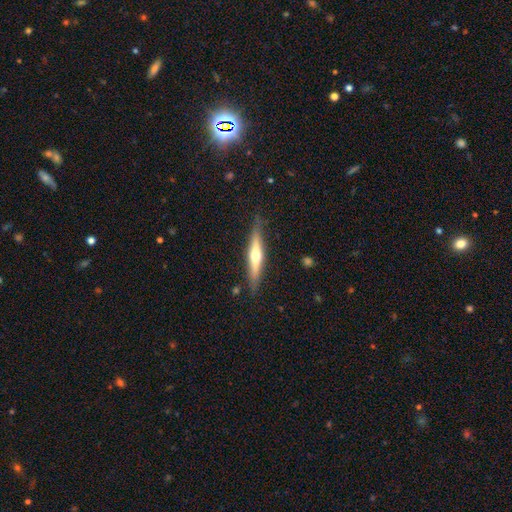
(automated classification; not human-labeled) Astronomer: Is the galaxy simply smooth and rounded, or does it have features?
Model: featured or disk — 59% (runner-up: smooth, 35%).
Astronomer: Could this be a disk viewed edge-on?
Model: yes — 95%.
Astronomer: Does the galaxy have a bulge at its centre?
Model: rounded — 89%.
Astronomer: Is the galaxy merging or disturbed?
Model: none — 85%.